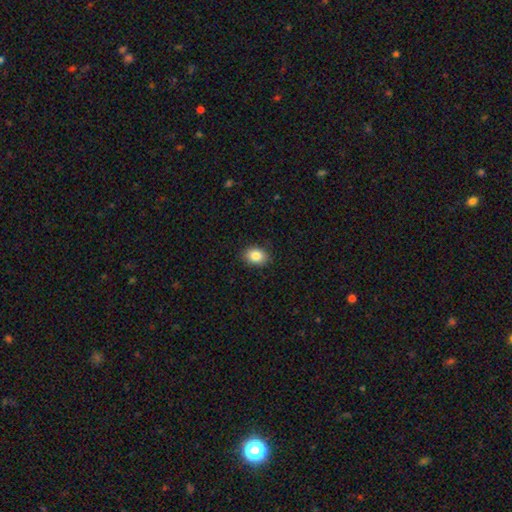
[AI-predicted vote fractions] A smooth galaxy with no disk features (85%) that is in between round and cigar-shaped (65%).

Vote fractions:
- Smooth or featured? smooth: 85% / star or artifact: 9% / featured or disk: 6%
- How rounded? in between: 65% / round: 34% / cigar-shaped: 1%
- Merging? none: 88% / minor disturbance: 9% / major disturbance: 2% / merger: 1%